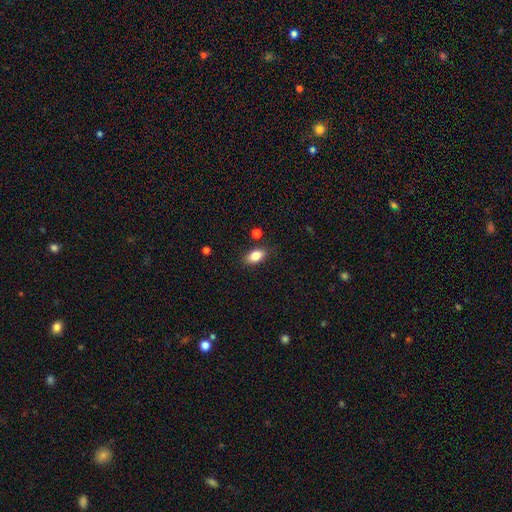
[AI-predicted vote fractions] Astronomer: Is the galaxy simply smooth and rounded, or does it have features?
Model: smooth — 83%.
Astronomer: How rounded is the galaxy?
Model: in between — 89%.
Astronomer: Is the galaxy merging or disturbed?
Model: none — 82%.